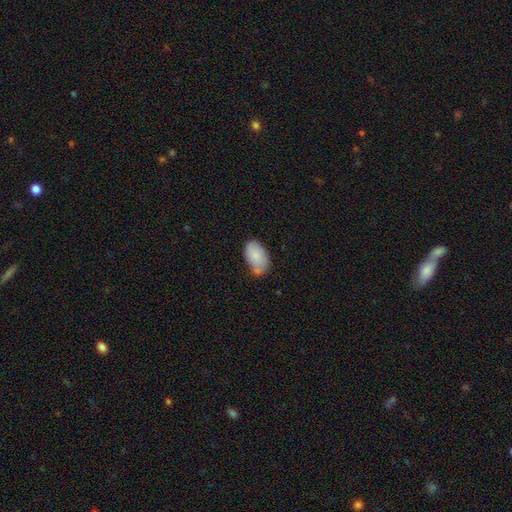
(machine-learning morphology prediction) Overall: smooth (83%). How rounded: in between (93%). Merging: none (51%; minor disturbance 30%).